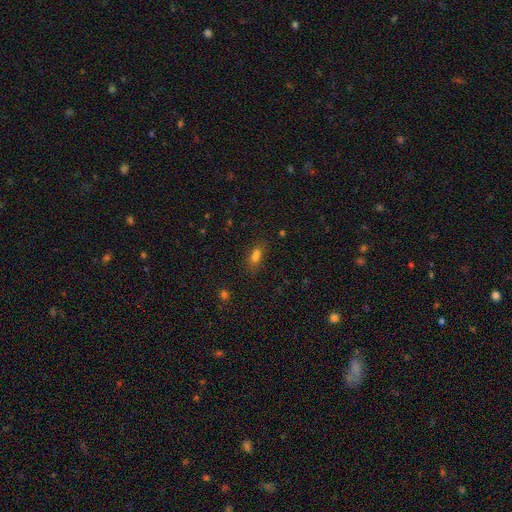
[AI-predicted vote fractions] Q: Smooth or featured?
A: smooth (69%); runner-up: star or artifact (21%)
Q: How rounded?
A: in between (76%); runner-up: cigar-shaped (12%)
Q: Merging?
A: none (58%); runner-up: merger (19%)